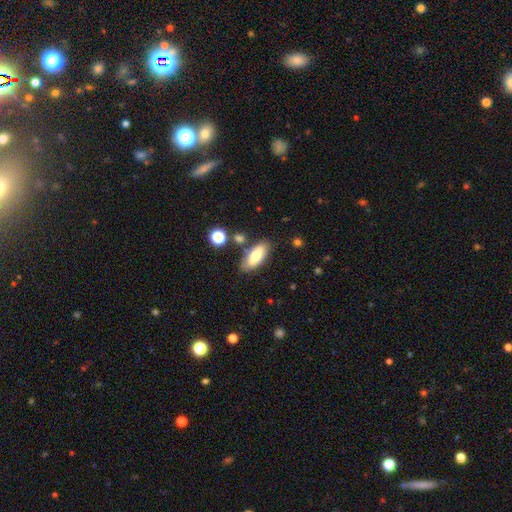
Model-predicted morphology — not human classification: Smooth or featured: smooth — 77% (featured or disk — 16%)
How rounded: in between — 78% (cigar-shaped — 19%)
Merging: none — 77% (minor disturbance — 13%)